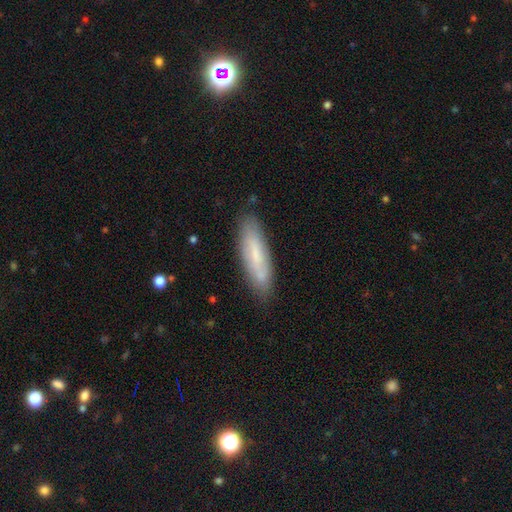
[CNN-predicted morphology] Smooth or featured?
  - smooth: 60% *
  - featured or disk: 33%
  - star or artifact: 7%
How rounded?
  - cigar-shaped: 65% *
  - in between: 34%
  - round: 2%
Merging?
  - none: 83% *
  - minor disturbance: 13%
  - major disturbance: 3%
  - merger: 2%